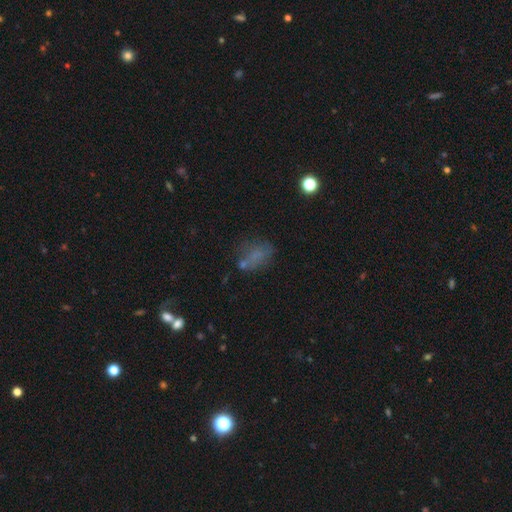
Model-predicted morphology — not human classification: type=smooth (56%); roundness=in between (73%); merging=none (47%).